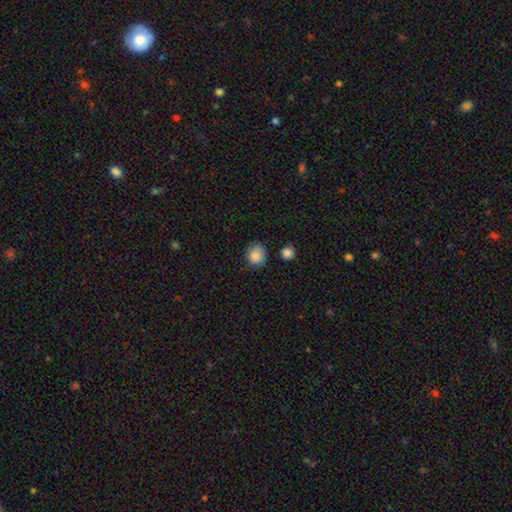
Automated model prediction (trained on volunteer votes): This appears to be a smooth galaxy with no disk features (86%) that is round (76%). Merging: none (73%).